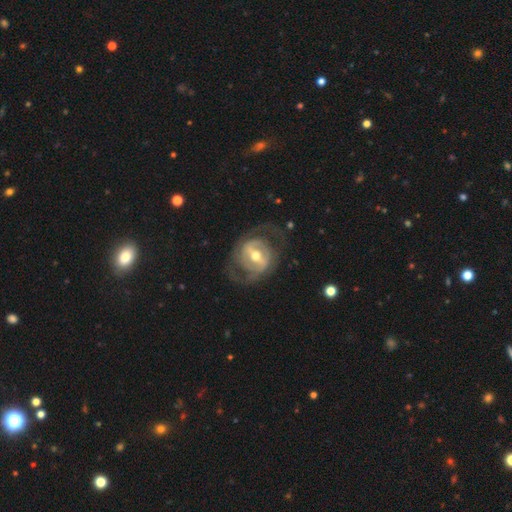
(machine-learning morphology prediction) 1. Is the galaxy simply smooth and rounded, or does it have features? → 85% featured or disk, 11% smooth, 4% star or artifact.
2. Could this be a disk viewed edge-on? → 96% no, 4% yes.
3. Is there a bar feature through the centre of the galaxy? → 49% strong, 35% weak, 15% no.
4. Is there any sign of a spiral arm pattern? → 80% yes, 20% no.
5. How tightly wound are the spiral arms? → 44% medium, 36% tight, 20% loose.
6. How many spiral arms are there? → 74% 2, 14% can't tell, 5% 3, 3% 1, 2% 4, 2% more than 4.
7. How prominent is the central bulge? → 70% moderate, 22% small, 6% large, 1% none, 1% dominant.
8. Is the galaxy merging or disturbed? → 67% none, 16% major disturbance, 15% minor disturbance, 1% merger.